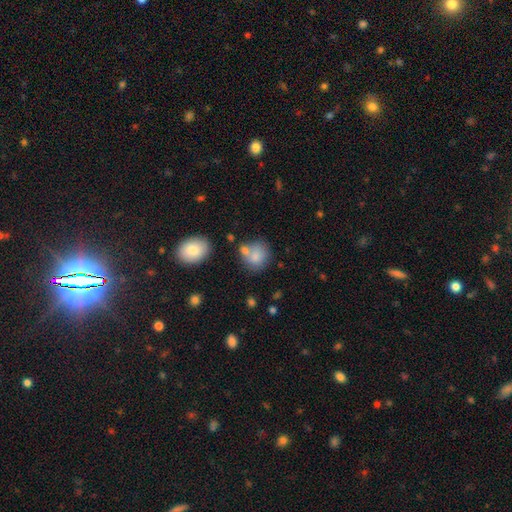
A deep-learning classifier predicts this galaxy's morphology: Q: Smooth or featured?
A: smooth (80%); runner-up: featured or disk (11%)
Q: How rounded?
A: round (75%); runner-up: in between (24%)
Q: Merging?
A: none (52%); runner-up: merger (28%)